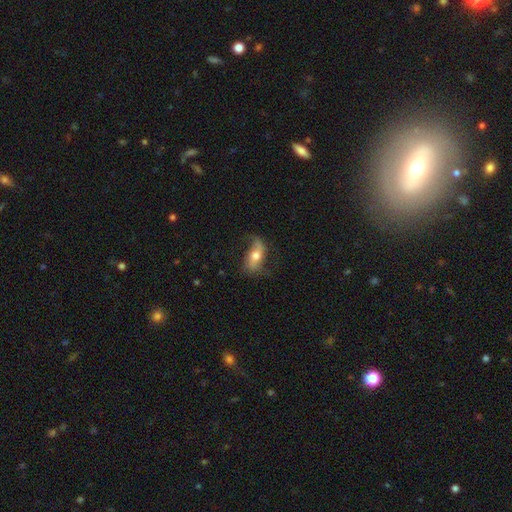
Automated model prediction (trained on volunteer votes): Smooth or featured: featured or disk — 53% (smooth — 39%)
Edge-on disk: no — 83% (yes — 17%)
Merging: none — 63% (minor disturbance — 23%)